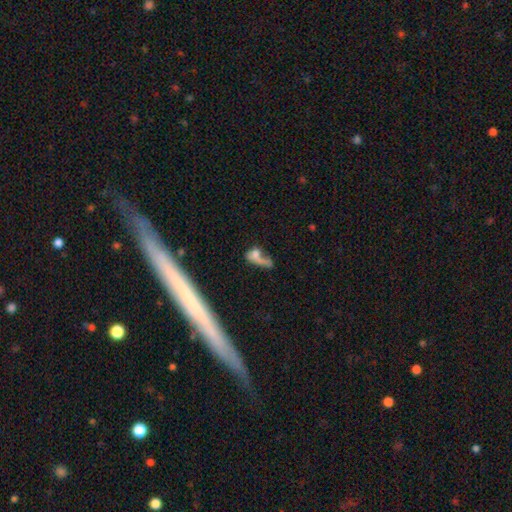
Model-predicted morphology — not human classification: type=smooth (53%); roundness=in between (60%); merging=major disturbance (36%).